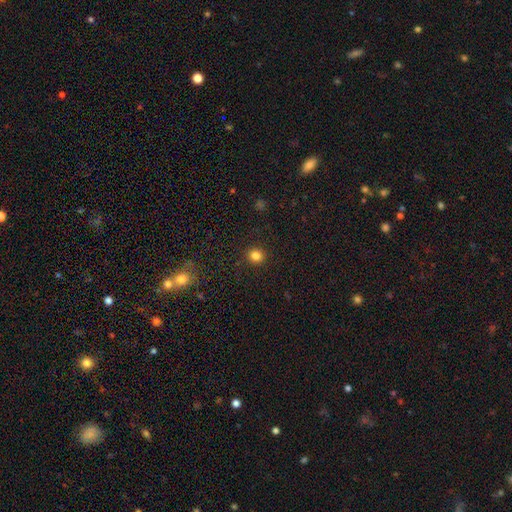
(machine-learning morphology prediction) A smooth galaxy with no disk features (83%) that is round (88%). Merging: none (91%).